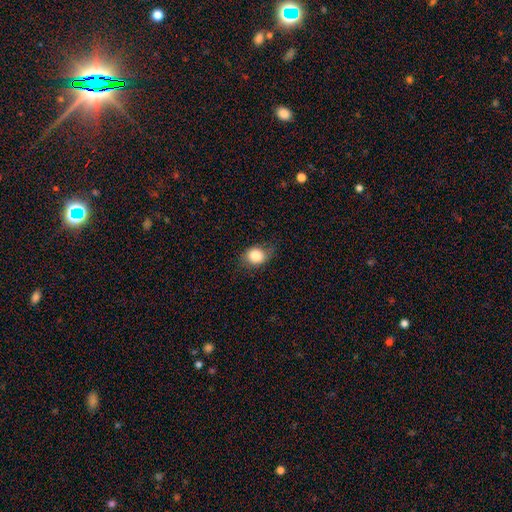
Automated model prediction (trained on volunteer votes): This appears to be a smooth galaxy with no disk features (82%) that is round (57%). Merging: none (72%).